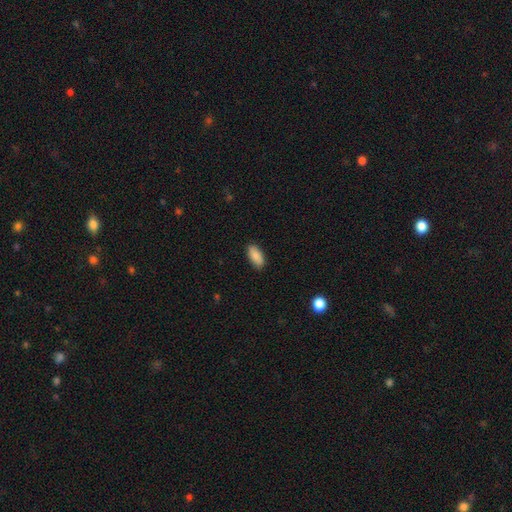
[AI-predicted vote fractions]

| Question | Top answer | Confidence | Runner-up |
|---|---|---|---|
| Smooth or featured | smooth | 87% | featured or disk (7%) |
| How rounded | in between | 90% | cigar-shaped (8%) |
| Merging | none | 88% | minor disturbance (9%) |